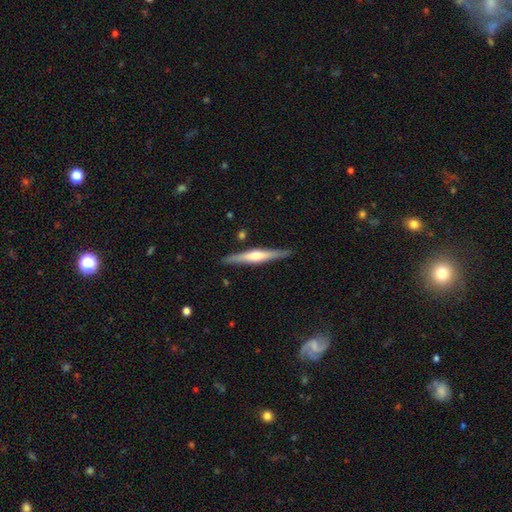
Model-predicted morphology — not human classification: smooth_or_featured: featured or disk (p=0.63) [alt: smooth p=0.31]
disk_edge_on: yes (p=0.97) [alt: no p=0.03]
edge_on_bulge: rounded (p=0.73) [alt: boxy p=0.14]
merging: none (p=0.89) [alt: minor disturbance p=0.08]